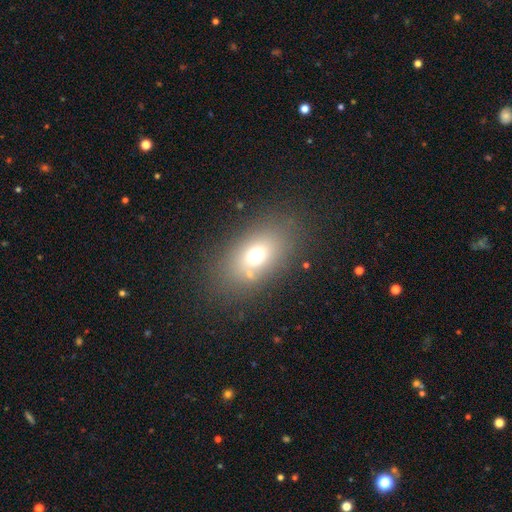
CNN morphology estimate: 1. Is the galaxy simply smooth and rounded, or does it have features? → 67% smooth, 17% star or artifact, 16% featured or disk.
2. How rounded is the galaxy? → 76% in between, 22% round, 2% cigar-shaped.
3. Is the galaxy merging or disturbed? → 78% none, 11% minor disturbance, 7% major disturbance, 4% merger.